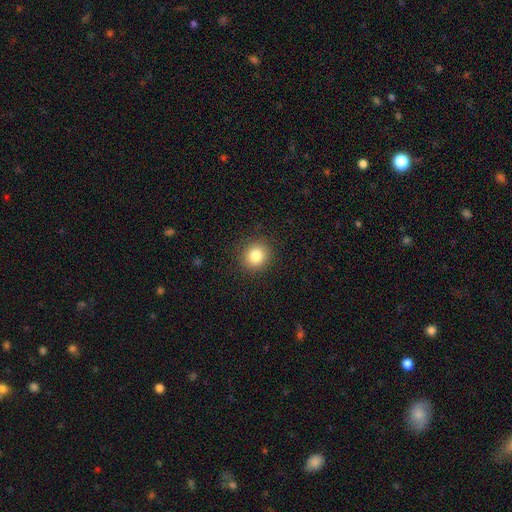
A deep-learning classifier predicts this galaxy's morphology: type=smooth (82%); roundness=round (86%); merging=none (90%).